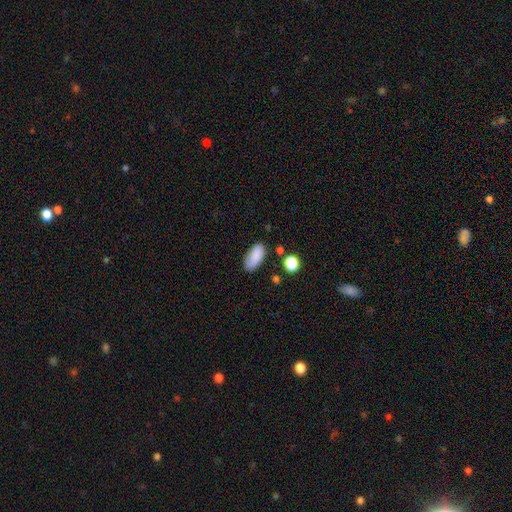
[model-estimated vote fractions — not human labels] smooth-or-featured: smooth: 85% | star or artifact: 8% | featured or disk: 7%
  how-rounded: in between: 91% | cigar-shaped: 6% | round: 3%
  merging: none: 74% | minor disturbance: 18% | major disturbance: 4% | merger: 3%